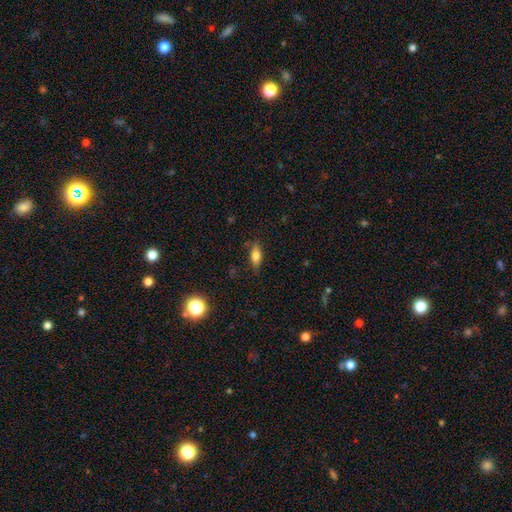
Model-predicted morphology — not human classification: This is likely a smooth galaxy (73%). How rounded: likely in between (75%). Merging: likely none (80%).